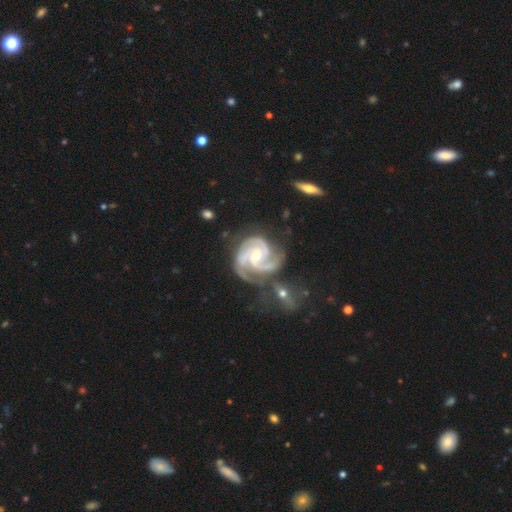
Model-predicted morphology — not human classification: The model was most divided on "bulge size": moderate: 52%, small: 45%, large: 2%, none: 1%, dominant: 1%. More confident: spiral arms — yes (99%); edge-on disk — no (98%); smooth or featured — featured or disk (93%); spiral arm count — 3 (65%); bar — no (57%); spiral winding — tight (57%); merging — none (51%).